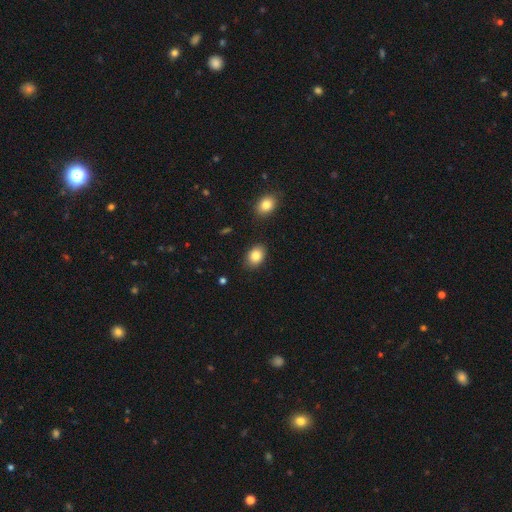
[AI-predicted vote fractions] A smooth galaxy with no disk features (84%) that is in between round and cigar-shaped (73%). Merging: none (85%).